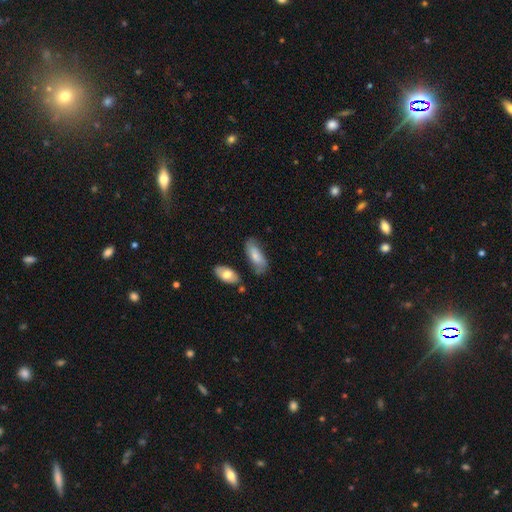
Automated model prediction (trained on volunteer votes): This appears to be a smooth galaxy with no disk features (71%) that is in between round and cigar-shaped (80%). Merging: none (63%).